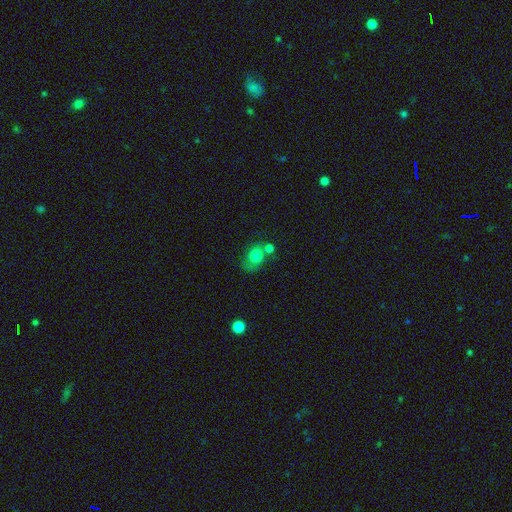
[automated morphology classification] Smooth or featured? smooth (78%)
How rounded? round (58%)
Merging? none (44%)